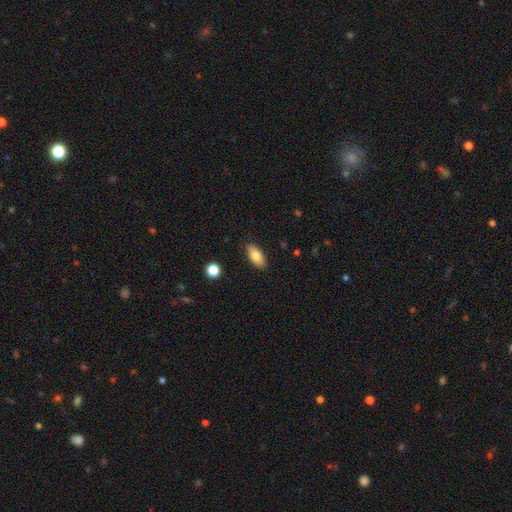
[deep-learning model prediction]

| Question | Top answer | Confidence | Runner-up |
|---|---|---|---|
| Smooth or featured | smooth | 81% | featured or disk (12%) |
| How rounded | in between | 88% | cigar-shaped (9%) |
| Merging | none | 87% | minor disturbance (10%) |